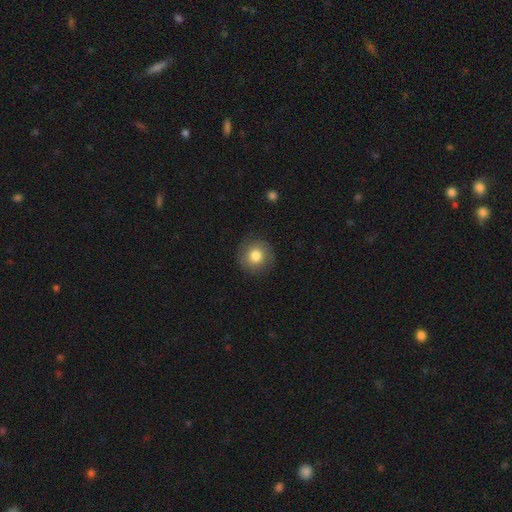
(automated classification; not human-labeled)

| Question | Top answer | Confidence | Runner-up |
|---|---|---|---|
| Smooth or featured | smooth | 78% | featured or disk (12%) |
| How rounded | round | 93% | in between (6%) |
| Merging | none | 87% | minor disturbance (9%) |